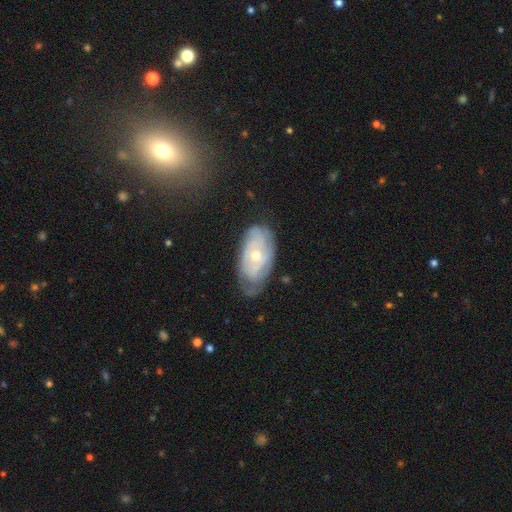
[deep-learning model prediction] Overall: featured or disk (73%). Edge-on disk: no (93%). Bar: no (79%). Spiral arms: yes (81%). Spiral arm count: can't tell (54%; 2 21%). Spiral winding: tight (69%). Bulge size: moderate (52%; small 45%). Merging: none (63%; minor disturbance 27%).